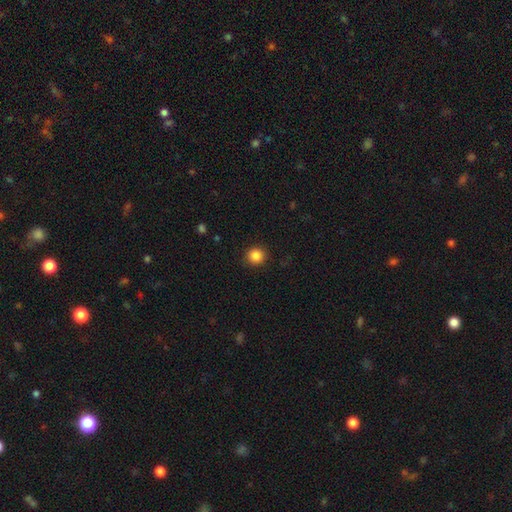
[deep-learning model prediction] A smooth galaxy with no disk features (86%) that is round (93%). Merging: none (90%).